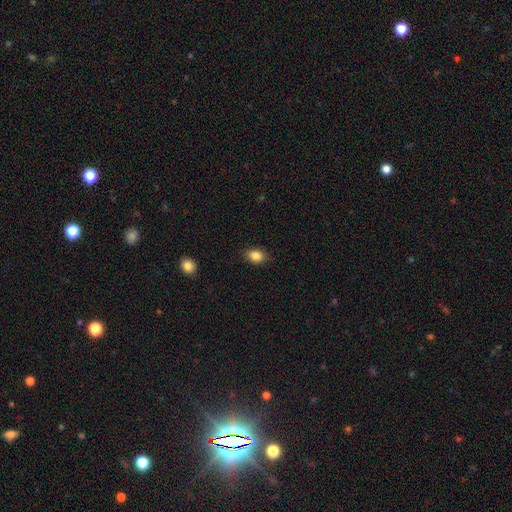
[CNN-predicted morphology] Q: Smooth or featured?
A: smooth (86%); runner-up: star or artifact (9%)
Q: How rounded?
A: in between (73%); runner-up: round (26%)
Q: Merging?
A: none (85%); runner-up: minor disturbance (12%)